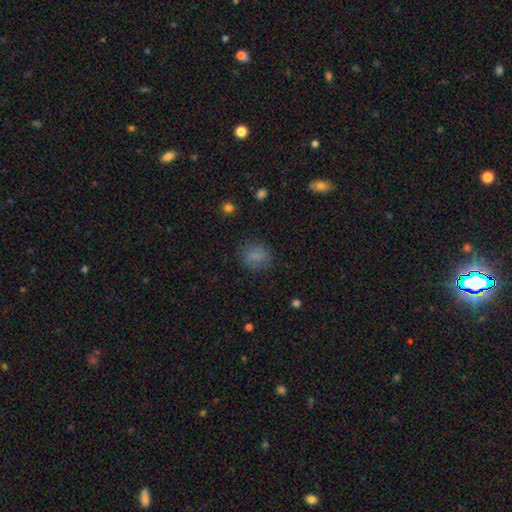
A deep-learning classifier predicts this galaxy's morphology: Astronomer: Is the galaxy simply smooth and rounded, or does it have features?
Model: smooth — 79%.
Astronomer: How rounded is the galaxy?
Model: round — 66%.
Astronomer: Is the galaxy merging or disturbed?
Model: none — 79%.